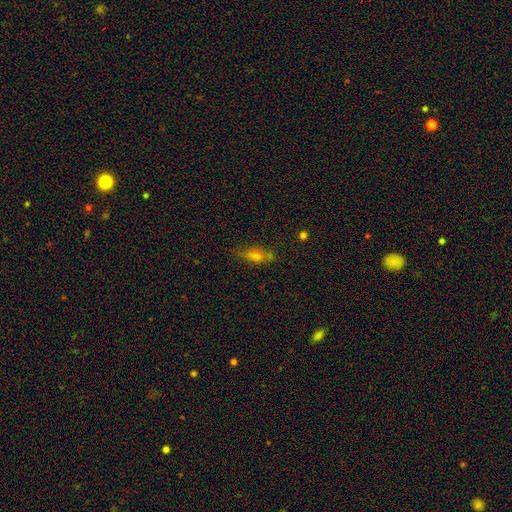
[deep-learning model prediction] Smooth or featured?
  - smooth: 59% *
  - featured or disk: 29%
  - star or artifact: 12%
How rounded?
  - in between: 64% *
  - cigar-shaped: 29%
  - round: 7%
Merging?
  - none: 68% *
  - minor disturbance: 21%
  - major disturbance: 6%
  - merger: 5%